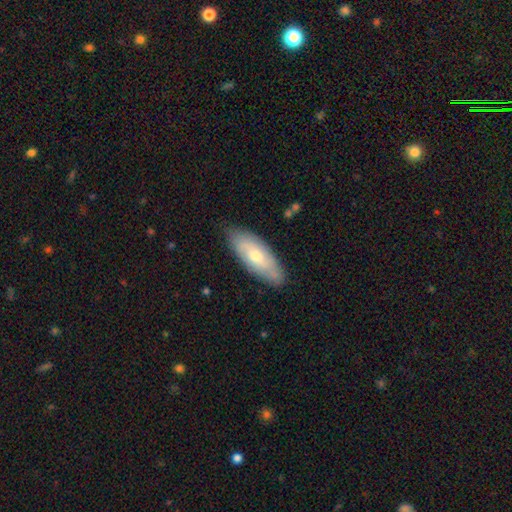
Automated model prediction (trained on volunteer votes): Smooth or featured? smooth (56%)
How rounded? in between (73%)
Merging? none (81%)